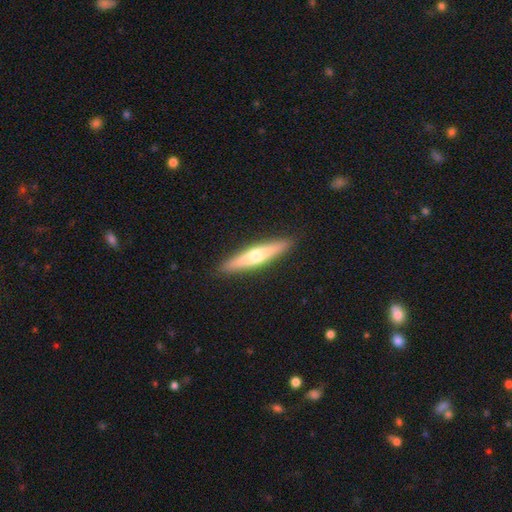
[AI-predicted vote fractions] Smooth or featured?
  - featured or disk: 54% *
  - smooth: 41%
  - star or artifact: 5%
Edge-on disk?
  - yes: 95% *
  - no: 5%
Edge-on bulge?
  - rounded: 89% *
  - none: 8%
  - boxy: 3%
Merging?
  - none: 91% *
  - minor disturbance: 6%
  - major disturbance: 1%
  - merger: 1%